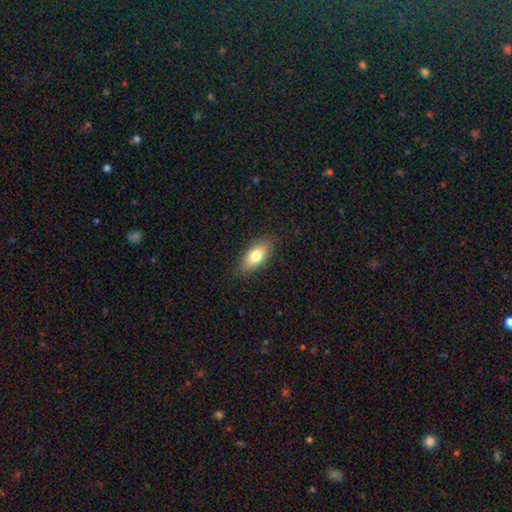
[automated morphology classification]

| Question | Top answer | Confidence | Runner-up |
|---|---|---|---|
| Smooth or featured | smooth | 76% | featured or disk (17%) |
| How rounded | in between | 84% | cigar-shaped (12%) |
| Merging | none | 85% | minor disturbance (11%) |